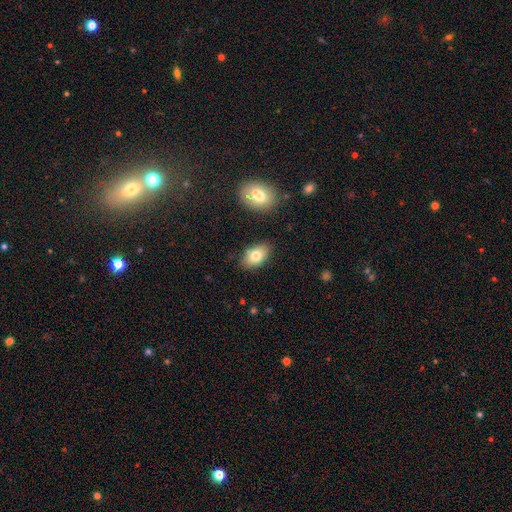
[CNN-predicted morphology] smooth_or_featured: smooth (p=0.76) [alt: featured or disk p=0.15]
how_rounded: in between (p=0.90) [alt: round p=0.08]
merging: none (p=0.81) [alt: minor disturbance p=0.12]